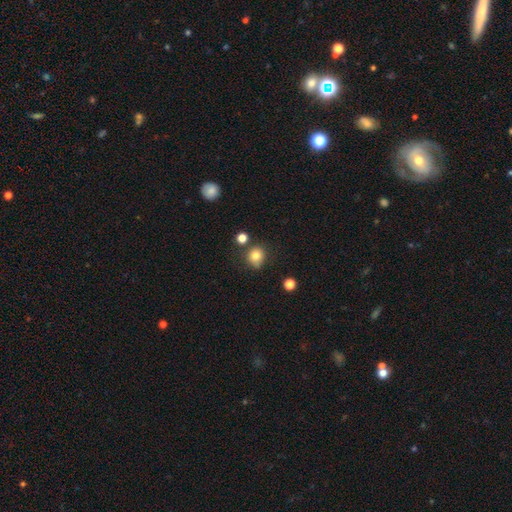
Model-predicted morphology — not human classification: This is clearly a smooth galaxy (81%). How rounded: clearly round (85%). Merging: likely none (75%).